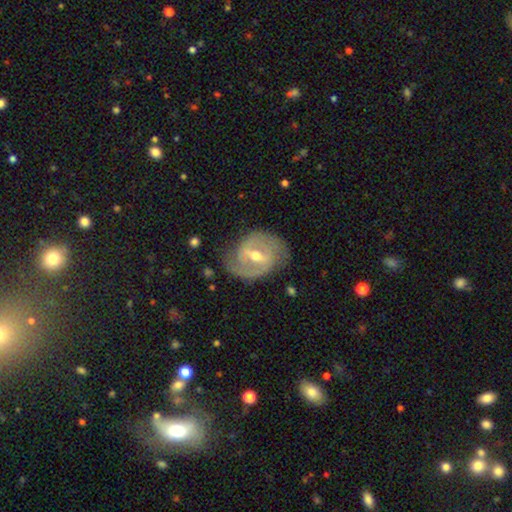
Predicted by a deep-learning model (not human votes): A featured or disk galaxy (82%) with a weak bar (44%), 2 (82%) medium (43%) spiral arms (86%) and a moderate central bulge (67%). Merging: none (74%).